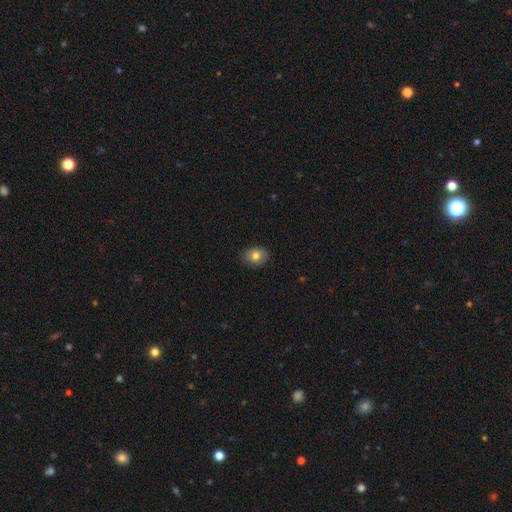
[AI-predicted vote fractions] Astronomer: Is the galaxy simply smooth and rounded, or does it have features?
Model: smooth — 78%.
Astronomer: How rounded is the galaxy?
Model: in between — 57% (runner-up: round, 42%).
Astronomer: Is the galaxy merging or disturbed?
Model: none — 85%.